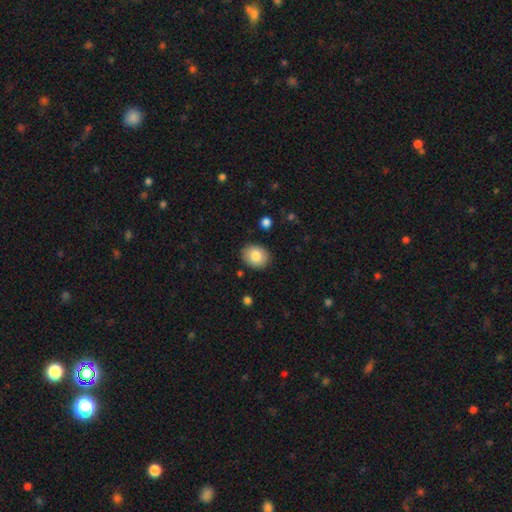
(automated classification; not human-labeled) smooth-or-featured: smooth: 84% | featured or disk: 8% | star or artifact: 8%
  how-rounded: in between: 53% | round: 46% | cigar-shaped: 1%
  merging: none: 88% | minor disturbance: 8% | major disturbance: 2% | merger: 1%